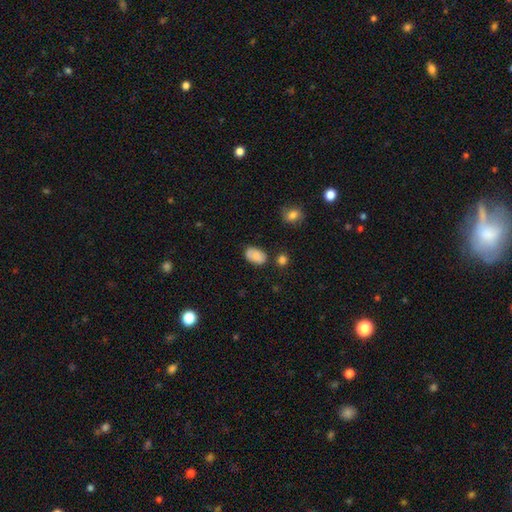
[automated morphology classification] A smooth galaxy with no disk features (81%) that is in between round and cigar-shaped (91%). Merging: none (72%).